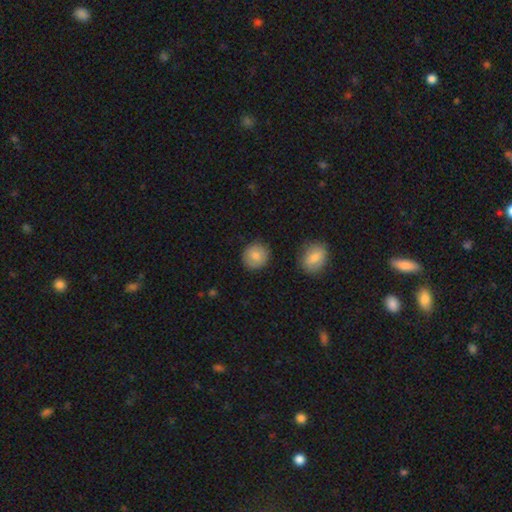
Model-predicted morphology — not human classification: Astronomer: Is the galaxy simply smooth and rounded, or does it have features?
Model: smooth — 84%.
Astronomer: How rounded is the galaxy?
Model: round — 88%.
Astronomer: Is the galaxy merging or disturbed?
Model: none — 87%.